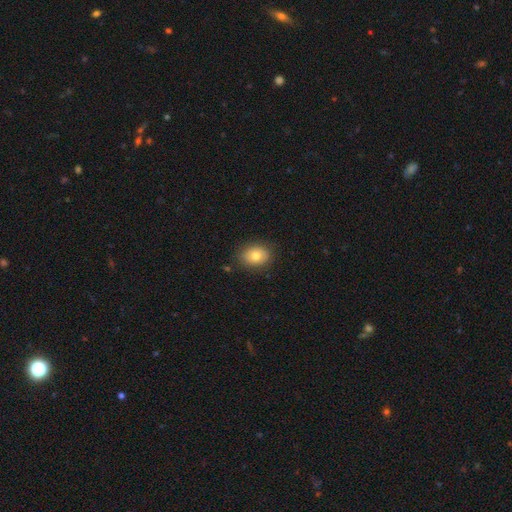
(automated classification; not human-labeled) Morphology: type=smooth (79%); roundness=in between (61%); merging=none (85%).